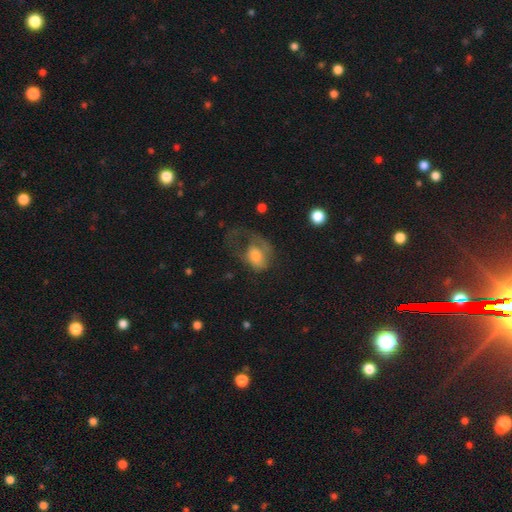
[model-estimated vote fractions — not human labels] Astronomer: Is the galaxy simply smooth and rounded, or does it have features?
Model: smooth — 51% (runner-up: featured or disk, 40%).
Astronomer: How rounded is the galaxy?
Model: in between — 71%.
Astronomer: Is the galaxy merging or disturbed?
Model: major disturbance — 58%.